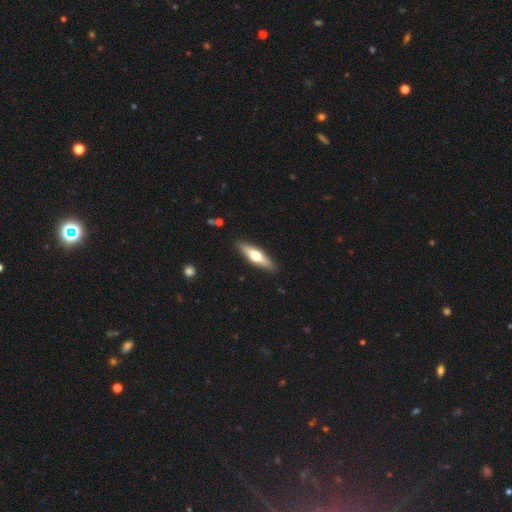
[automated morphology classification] Smooth or featured?
  - featured or disk: 50% *
  - smooth: 45%
  - star or artifact: 5%
Merging?
  - none: 90% *
  - minor disturbance: 7%
  - major disturbance: 2%
  - merger: 1%